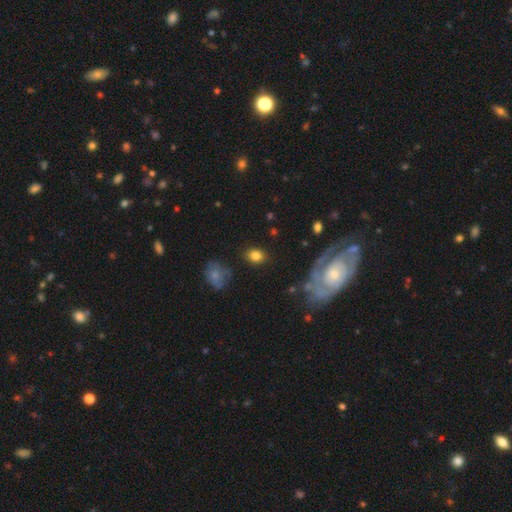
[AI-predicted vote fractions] This appears to be a smooth galaxy with no disk features (81%) that is in between round and cigar-shaped (65%). Merging: none (83%).